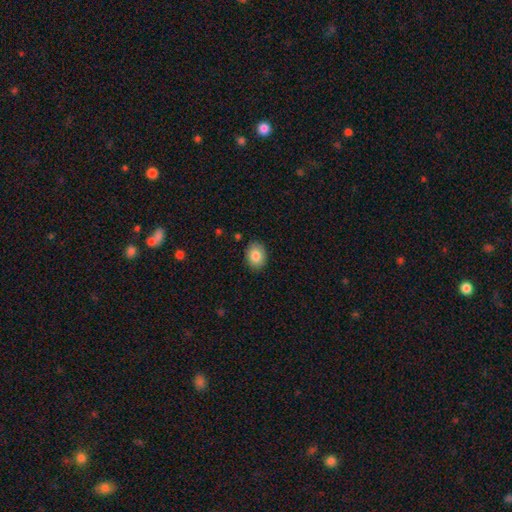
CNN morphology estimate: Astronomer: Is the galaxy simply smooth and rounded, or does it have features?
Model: smooth — 84%.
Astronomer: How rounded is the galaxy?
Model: in between — 63%.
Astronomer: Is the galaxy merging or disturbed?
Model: none — 88%.